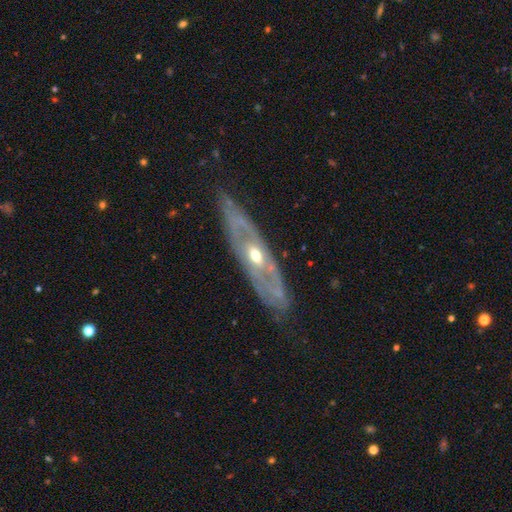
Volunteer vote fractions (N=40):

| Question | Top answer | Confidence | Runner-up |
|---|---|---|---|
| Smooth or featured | featured or disk | 75% | smooth (25%) |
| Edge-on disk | no | 80% | yes (20%) |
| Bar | no | 92% | strong (4%) |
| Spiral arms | yes | 54% | no (46%) |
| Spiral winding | tight | 54% | loose (31%) |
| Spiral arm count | can't tell | 54% | 2 (46%) |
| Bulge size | moderate | 83% | large (8%) |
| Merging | none | 80% | minor disturbance (10%) |